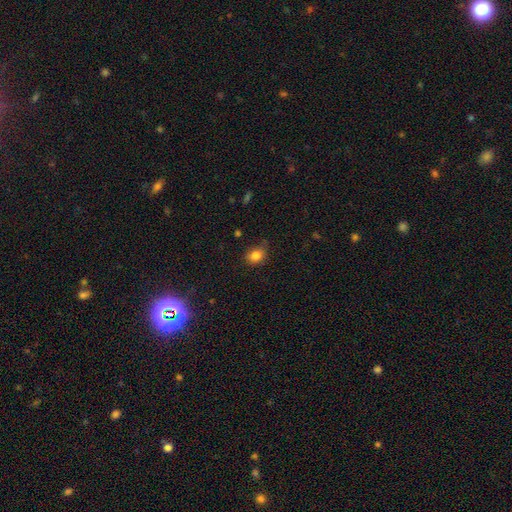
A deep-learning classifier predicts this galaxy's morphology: Smooth or featured? Predicted: smooth (p=0.83). How rounded? Predicted: round (p=0.53). Merging? Predicted: none (p=0.74).